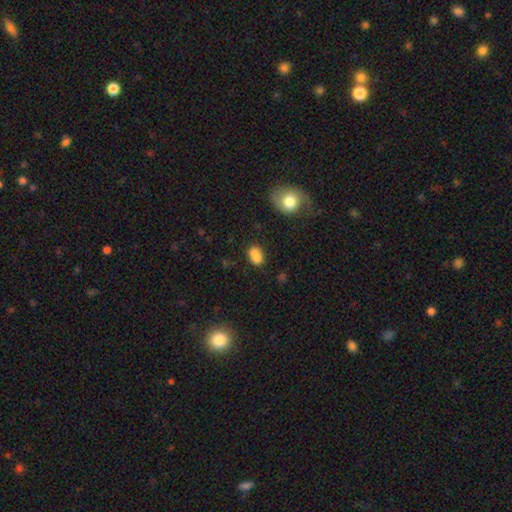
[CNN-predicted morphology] This appears to be a smooth galaxy with no disk features (77%) that is in between round and cigar-shaped (72%). Merging: none (43%).